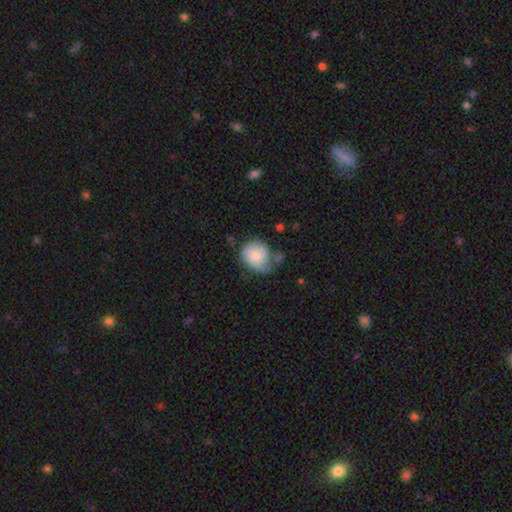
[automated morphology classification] Smooth or featured?
  - smooth: 76% *
  - featured or disk: 17%
  - star or artifact: 7%
How rounded?
  - round: 68% *
  - in between: 32%
  - cigar-shaped: 1%
Merging?
  - none: 42% *
  - minor disturbance: 35%
  - major disturbance: 14%
  - merger: 9%